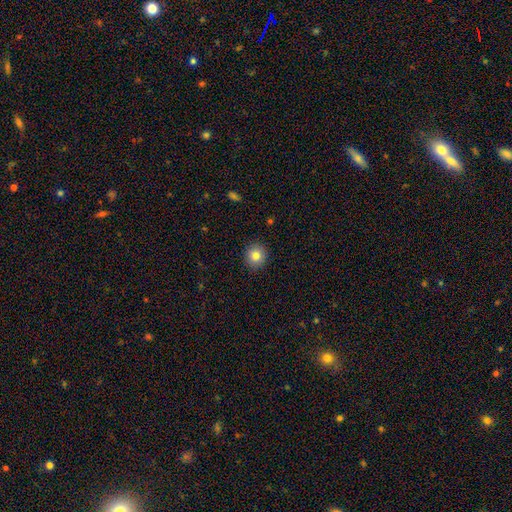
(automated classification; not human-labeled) Smooth or featured?
  - smooth: 82% *
  - star or artifact: 10%
  - featured or disk: 8%
How rounded?
  - round: 89% *
  - in between: 10%
  - cigar-shaped: 1%
Merging?
  - none: 91% *
  - minor disturbance: 6%
  - major disturbance: 2%
  - merger: 1%